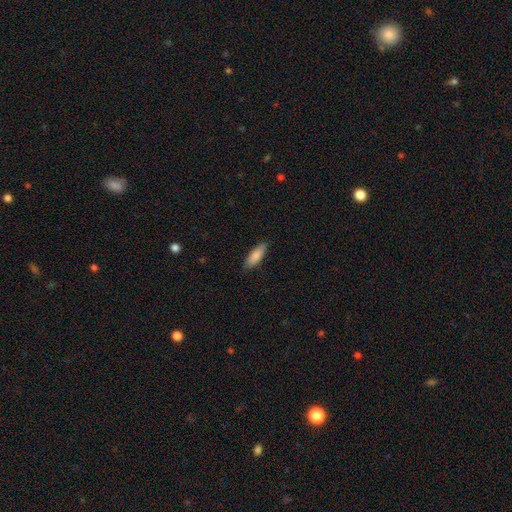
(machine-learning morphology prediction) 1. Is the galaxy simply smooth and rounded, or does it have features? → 85% smooth, 9% featured or disk, 6% star or artifact.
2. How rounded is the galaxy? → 61% in between, 37% cigar-shaped, 2% round.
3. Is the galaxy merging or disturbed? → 84% none, 13% minor disturbance, 2% major disturbance, 1% merger.